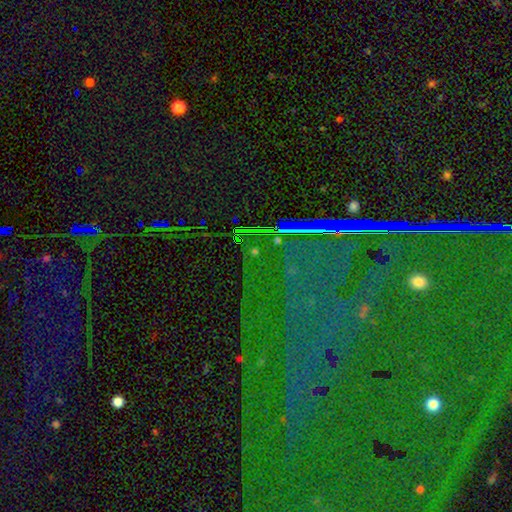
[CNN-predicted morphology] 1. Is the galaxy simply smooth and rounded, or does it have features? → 84% star or artifact, 9% featured or disk, 7% smooth.